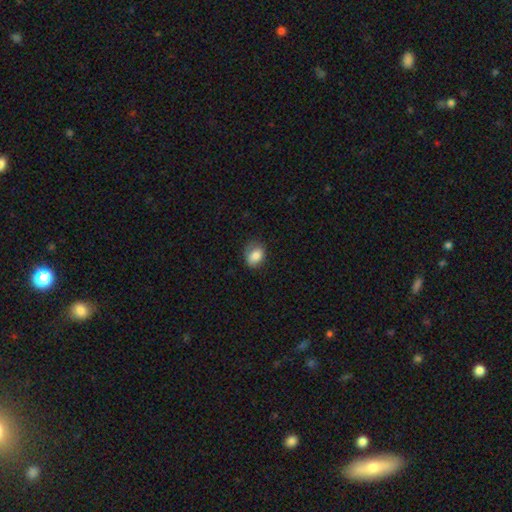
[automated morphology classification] Overall: smooth (83%). How rounded: in between (59%; round 40%). Merging: none (71%).